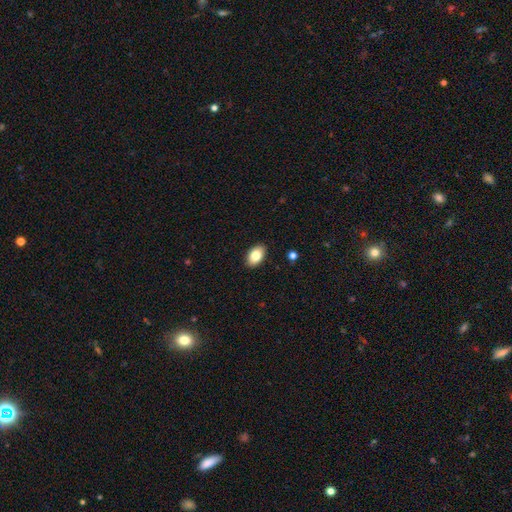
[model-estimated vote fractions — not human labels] This is clearly a smooth galaxy (82%). How rounded: clearly in between (91%). Merging: clearly none (90%).